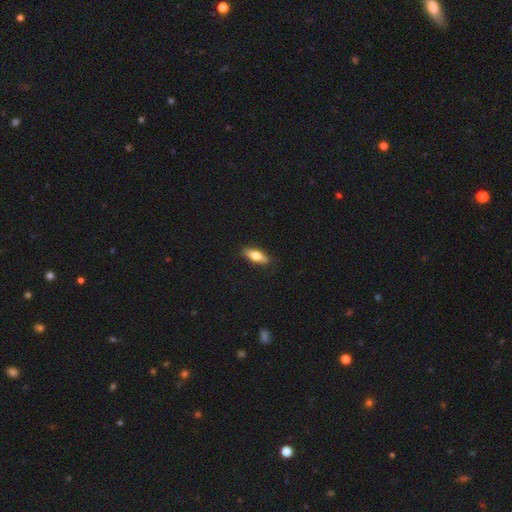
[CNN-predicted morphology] This is likely a smooth galaxy (68%). How rounded: likely in between (66%). Merging: clearly none (87%).